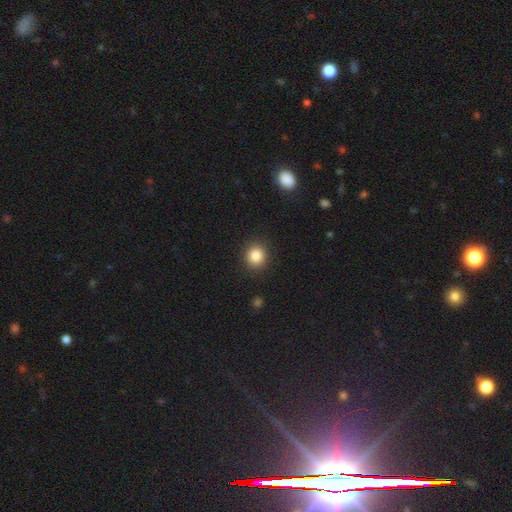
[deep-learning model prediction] This appears to be a smooth galaxy with no disk features (85%) that is round (85%). Merging: none (90%).